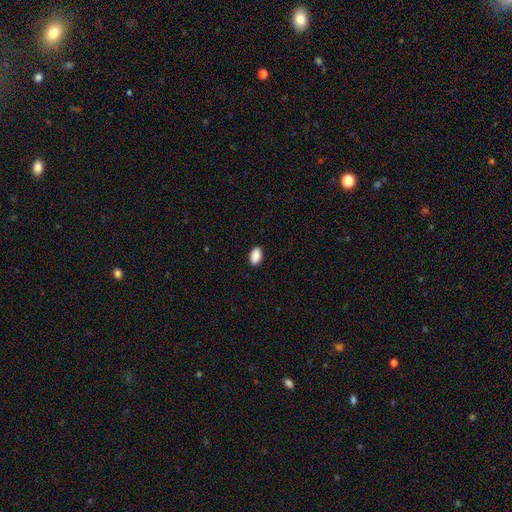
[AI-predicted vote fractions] This appears to be a smooth galaxy with no disk features (90%) that is in between round and cigar-shaped (93%). Merging: none (90%).